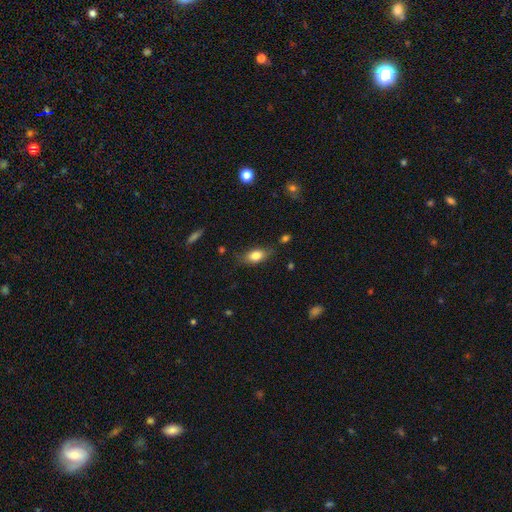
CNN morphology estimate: smooth-or-featured: smooth: 80% | featured or disk: 12% | star or artifact: 8%
  how-rounded: in between: 85% | round: 8% | cigar-shaped: 7%
  merging: none: 74% | minor disturbance: 19% | major disturbance: 4% | merger: 2%